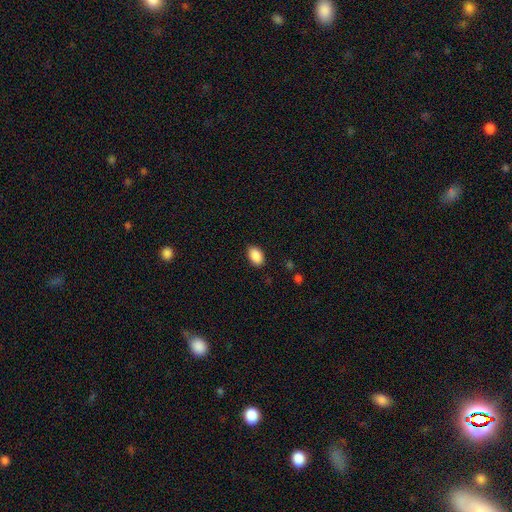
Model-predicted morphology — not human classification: Smooth or featured?
  - smooth: 90% *
  - star or artifact: 7%
  - featured or disk: 3%
How rounded?
  - in between: 89% *
  - round: 10%
  - cigar-shaped: 1%
Merging?
  - none: 86% *
  - minor disturbance: 10%
  - major disturbance: 2%
  - merger: 1%